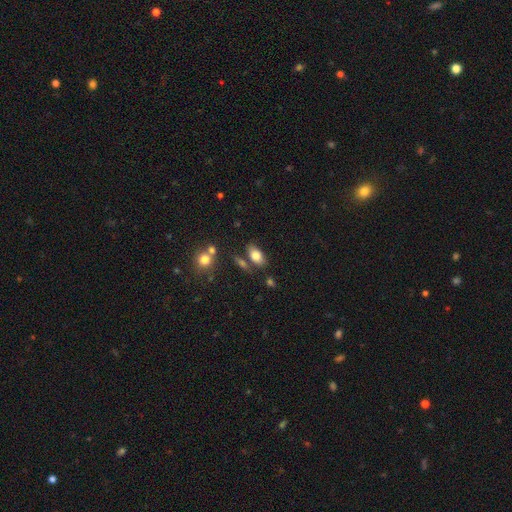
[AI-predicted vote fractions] A smooth galaxy with no disk features (81%) that is in between round and cigar-shaped (90%). Merging: none (68%).